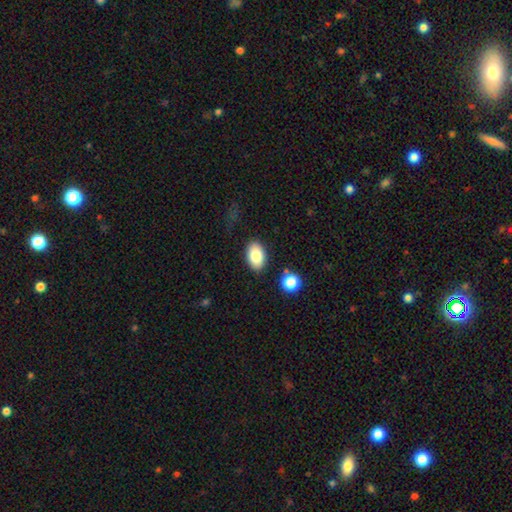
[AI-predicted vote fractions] smooth 83%, featured or disk 10%, star or artifact 8%. Down the decision tree: how rounded — in between (90%); merging — none (86%).